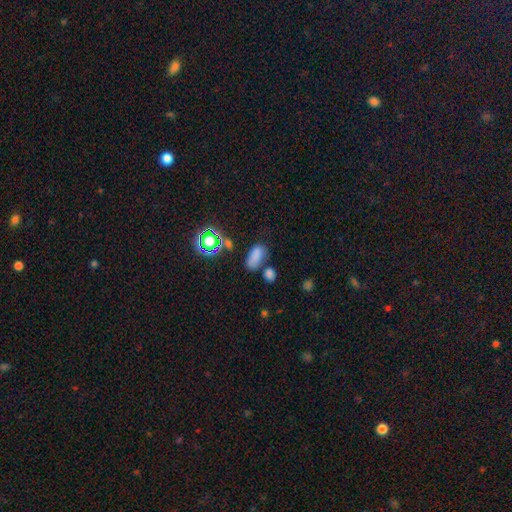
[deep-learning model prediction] smooth 74%, star or artifact 19%, featured or disk 8%. Down the decision tree: how rounded — in between (87%); merging — none (57%).